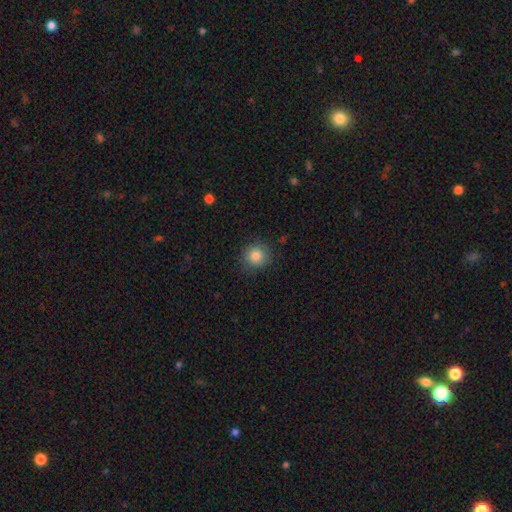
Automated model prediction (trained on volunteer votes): smooth-or-featured: smooth: 84% | star or artifact: 9% | featured or disk: 7%
  how-rounded: round: 89% | in between: 10% | cigar-shaped: 1%
  merging: none: 84% | minor disturbance: 12% | major disturbance: 4% | merger: 1%